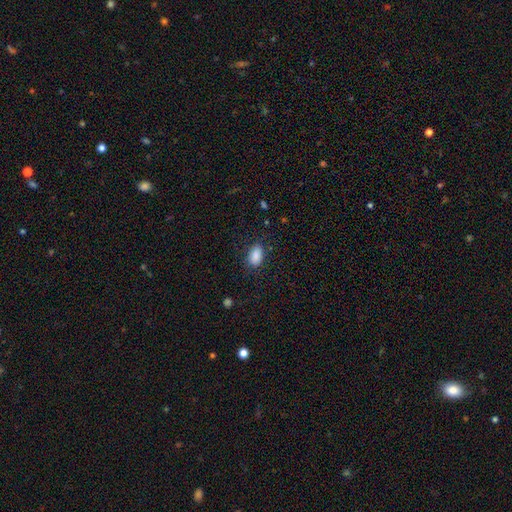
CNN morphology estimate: Smooth or featured? Predicted: smooth (p=0.88). How rounded? Predicted: in between (p=0.91). Merging? Predicted: none (p=0.79).